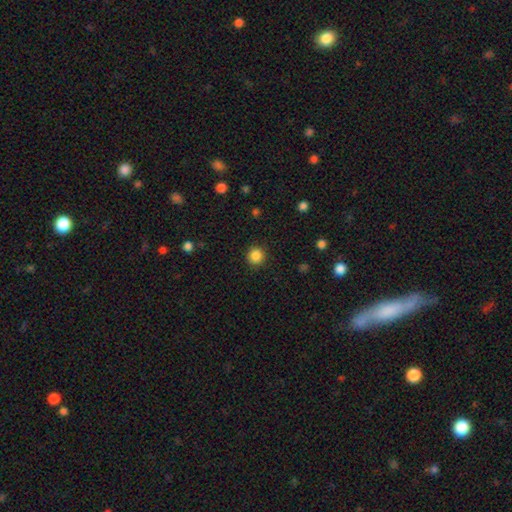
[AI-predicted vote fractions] Overall: smooth (86%). How rounded: round (93%). Merging: none (91%).